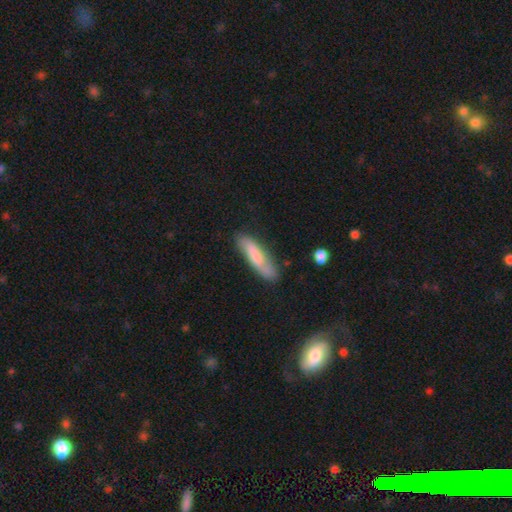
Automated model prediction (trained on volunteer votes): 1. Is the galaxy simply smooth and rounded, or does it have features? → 69% smooth, 25% featured or disk, 6% star or artifact.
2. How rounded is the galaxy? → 74% cigar-shaped, 24% in between, 2% round.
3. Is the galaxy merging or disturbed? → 73% none, 19% minor disturbance, 4% major disturbance, 3% merger.